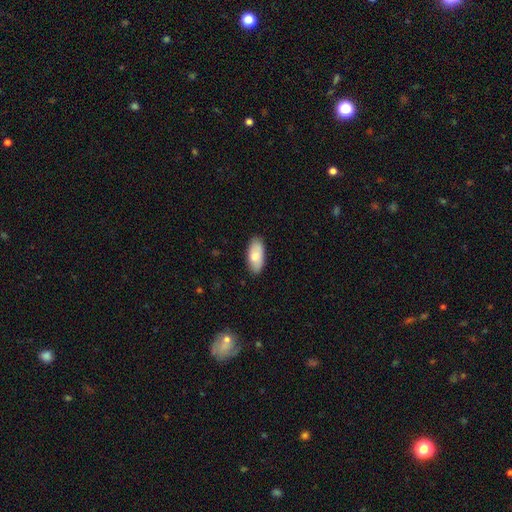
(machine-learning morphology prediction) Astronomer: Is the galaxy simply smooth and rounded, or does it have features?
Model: smooth — 79%.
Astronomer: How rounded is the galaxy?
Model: in between — 91%.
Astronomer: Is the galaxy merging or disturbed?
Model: none — 86%.